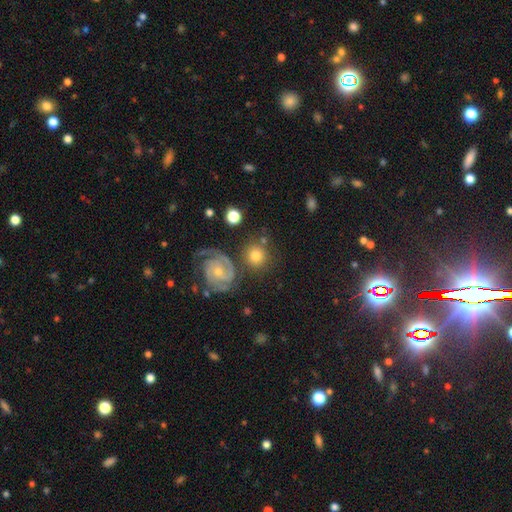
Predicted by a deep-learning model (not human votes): smooth-or-featured: smooth: 60% | featured or disk: 31% | star or artifact: 9%
  how-rounded: round: 87% | in between: 12% | cigar-shaped: 1%
  merging: none: 69% | minor disturbance: 13% | merger: 12% | major disturbance: 6%